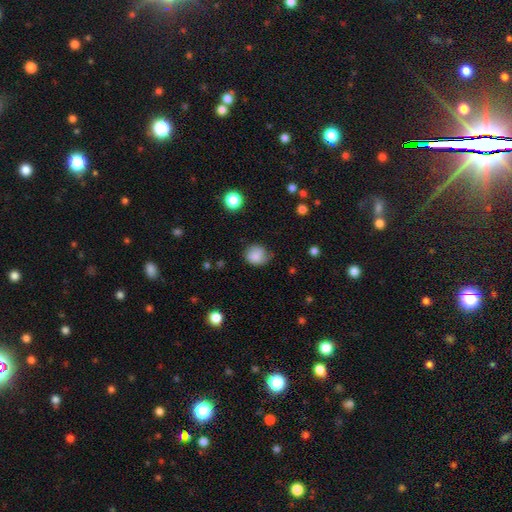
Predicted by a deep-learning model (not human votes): Q: Smooth or featured?
A: smooth (80%); runner-up: featured or disk (11%)
Q: How rounded?
A: round (73%); runner-up: in between (26%)
Q: Merging?
A: none (58%); runner-up: minor disturbance (32%)